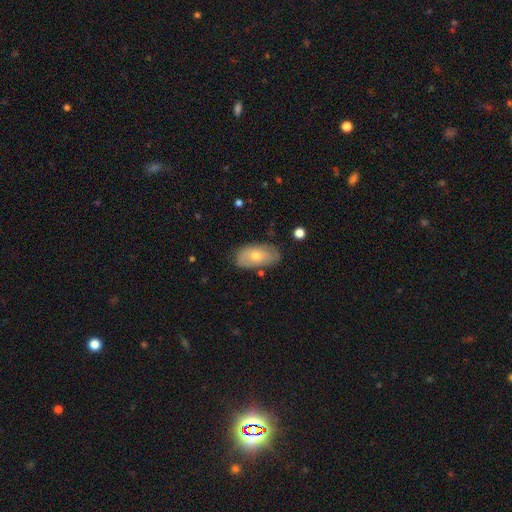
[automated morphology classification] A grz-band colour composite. It shows a smooth galaxy with no disk features (61%) that is in between round and cigar-shaped (92%). Merging: none (73%).